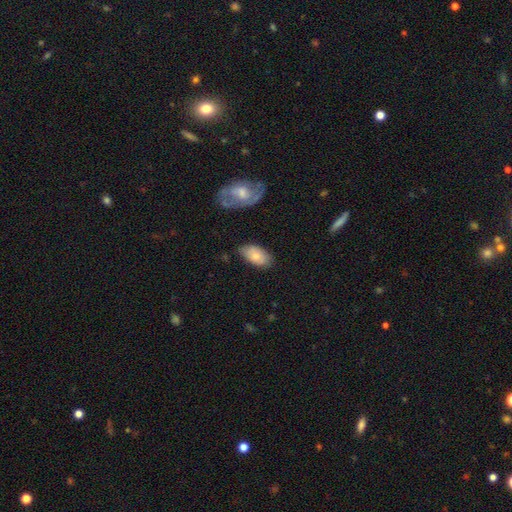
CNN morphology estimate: smooth-or-featured: smooth: 71% | featured or disk: 23% | star or artifact: 7%
  how-rounded: in between: 93% | round: 4% | cigar-shaped: 3%
  merging: none: 73% | minor disturbance: 20% | major disturbance: 4% | merger: 3%